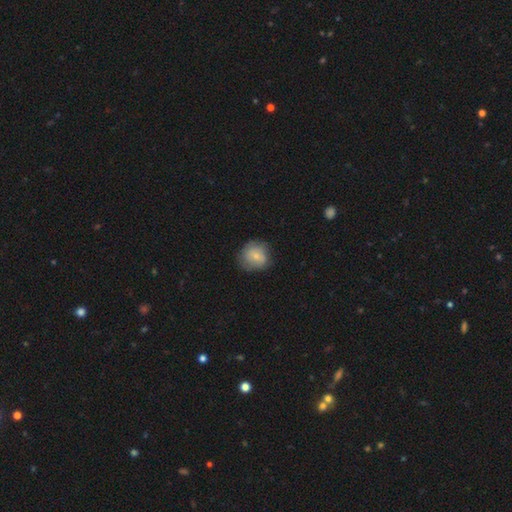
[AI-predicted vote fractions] Smooth or featured: smooth — 71% (featured or disk — 21%)
How rounded: round — 85% (in between — 14%)
Merging: none — 72% (minor disturbance — 20%)